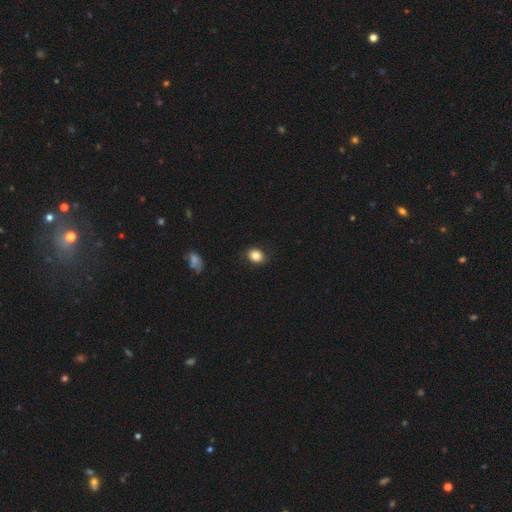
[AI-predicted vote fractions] Smooth or featured? Predicted: smooth (p=0.84). How rounded? Predicted: in between (p=0.52). Merging? Predicted: none (p=0.85).